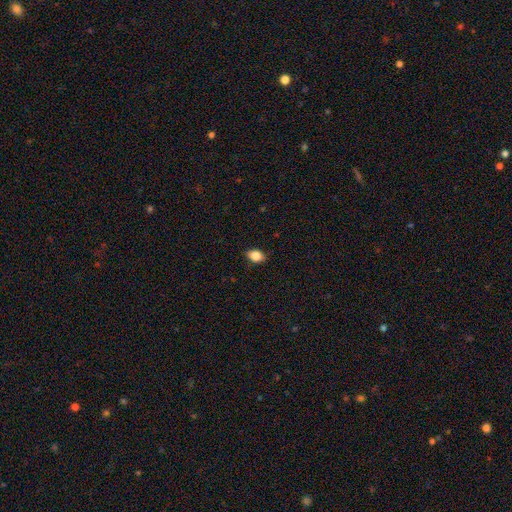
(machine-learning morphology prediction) Overall: smooth (85%). How rounded: in between (79%). Merging: none (85%).